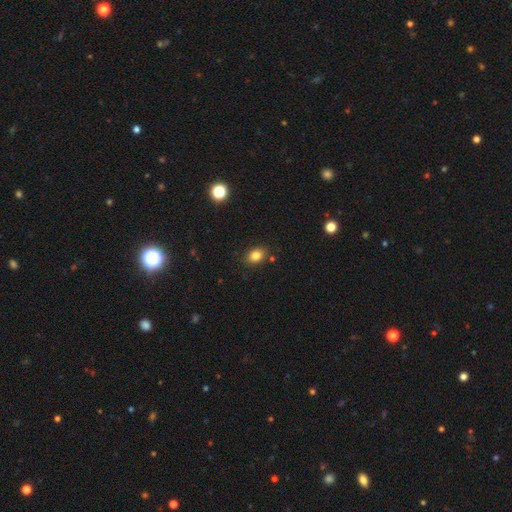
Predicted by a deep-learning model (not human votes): This is clearly a smooth galaxy (83%). How rounded: likely in between (69%). Merging: clearly none (84%).